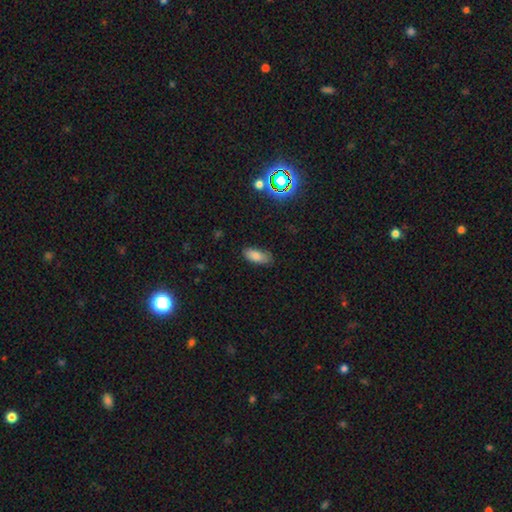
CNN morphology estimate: This appears to be a smooth galaxy with no disk features (82%) that is in between round and cigar-shaped (85%). Merging: none (78%).